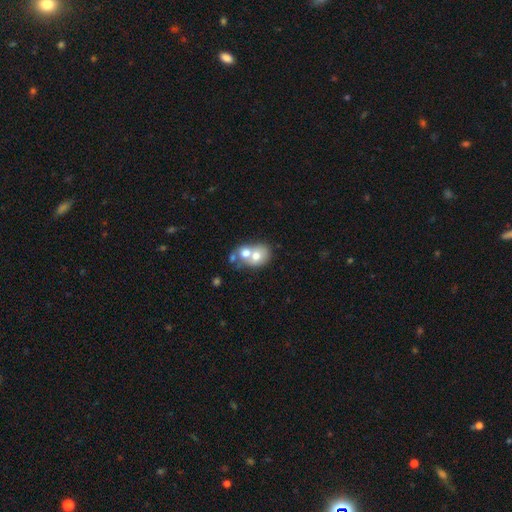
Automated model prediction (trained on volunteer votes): This is likely a smooth galaxy (64%). How rounded: possibly in between (50%). Merging: likely merger (70%).